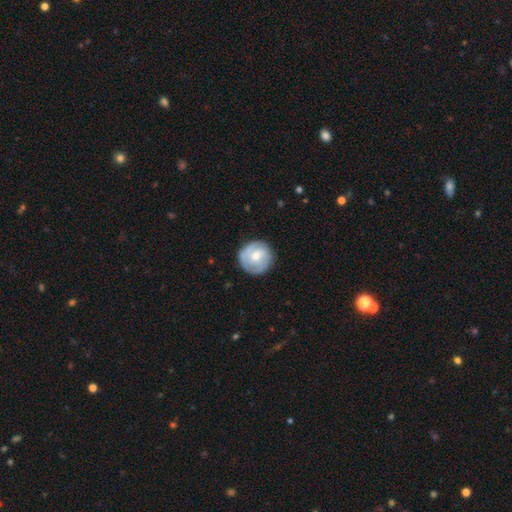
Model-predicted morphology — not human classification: featured or disk 58%, smooth 37%, star or artifact 6%. Down the decision tree: edge-on disk — no (97%); bar — no (65%); spiral arms — yes (75%); bulge size — moderate (53%); merging — none (82%).